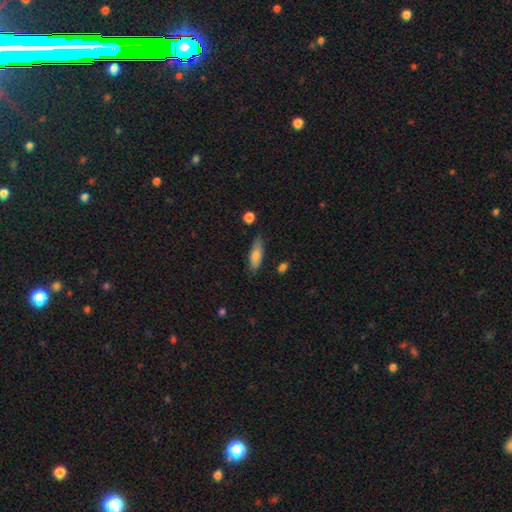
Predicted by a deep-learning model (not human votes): Morphology: type=smooth (78%); roundness=in between (56%); merging=none (80%).